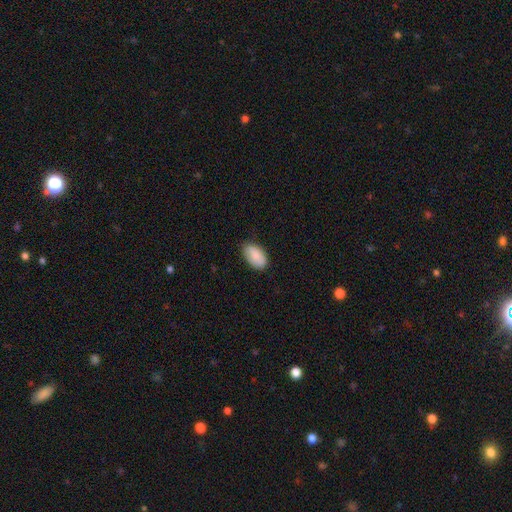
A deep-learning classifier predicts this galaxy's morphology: Smooth or featured?
  - smooth: 87% *
  - featured or disk: 7%
  - star or artifact: 6%
How rounded?
  - in between: 94% *
  - round: 4%
  - cigar-shaped: 2%
Merging?
  - none: 81% *
  - minor disturbance: 16%
  - major disturbance: 3%
  - merger: 1%